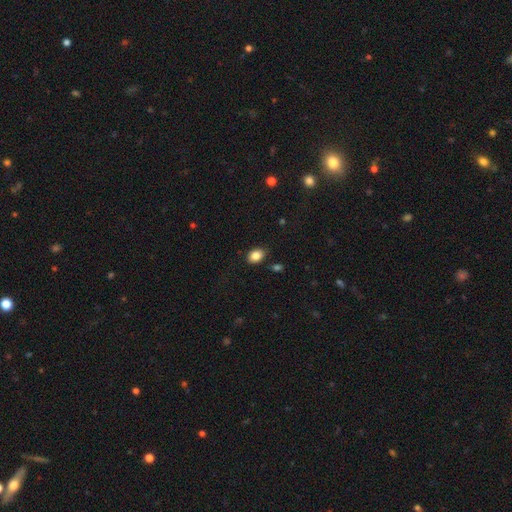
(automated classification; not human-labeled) This is clearly a smooth galaxy (86%). How rounded: likely in between (76%). Merging: clearly none (82%).